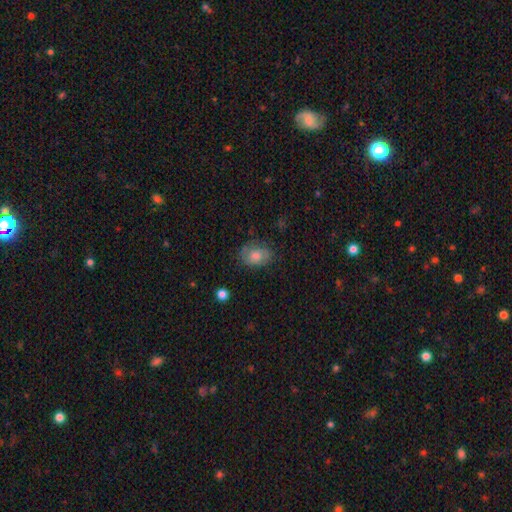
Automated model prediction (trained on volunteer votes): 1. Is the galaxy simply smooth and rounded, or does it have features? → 54% smooth, 35% featured or disk, 11% star or artifact.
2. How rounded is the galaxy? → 71% in between, 27% round, 1% cigar-shaped.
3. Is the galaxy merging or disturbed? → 72% none, 20% minor disturbance, 6% major disturbance, 1% merger.